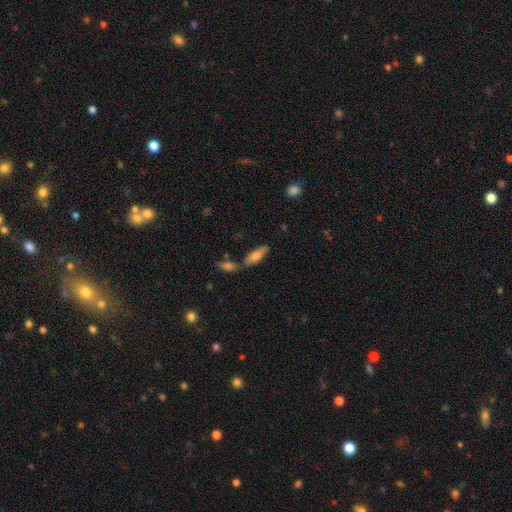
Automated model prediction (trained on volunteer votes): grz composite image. It shows a smooth galaxy with no disk features (72%) that is in between round and cigar-shaped (64%). Merging: none (63%).